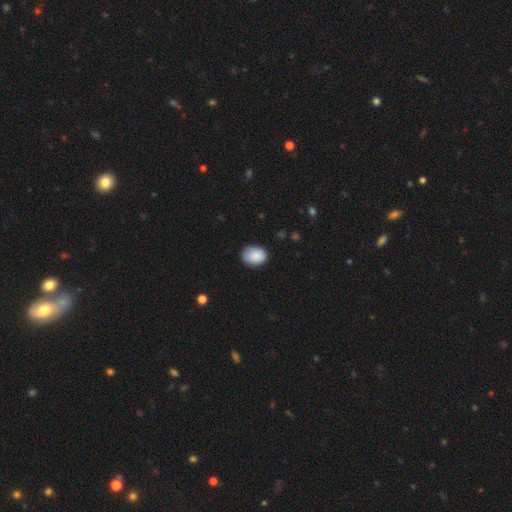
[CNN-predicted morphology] Smooth or featured? Predicted: smooth (p=0.87). How rounded? Predicted: in between (p=0.65). Merging? Predicted: none (p=0.77).